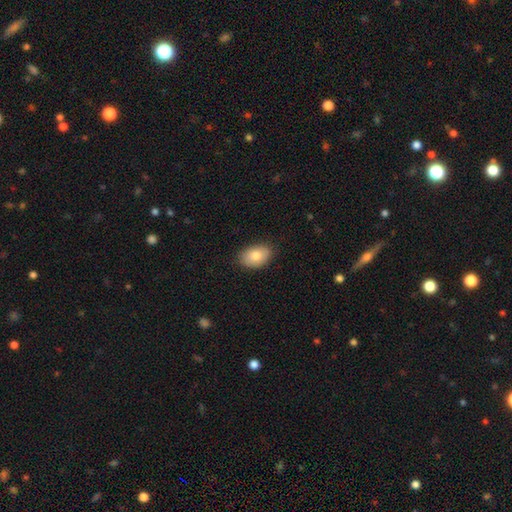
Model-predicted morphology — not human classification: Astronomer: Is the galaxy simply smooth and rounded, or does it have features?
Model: smooth — 82%.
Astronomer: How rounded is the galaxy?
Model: in between — 88%.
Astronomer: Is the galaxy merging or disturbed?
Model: none — 85%.